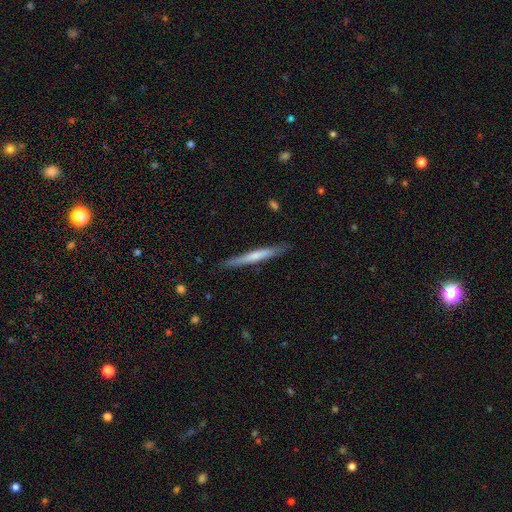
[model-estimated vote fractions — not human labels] Overall: smooth (55%; featured or disk 40%). How rounded: cigar-shaped (96%). Merging: none (88%).